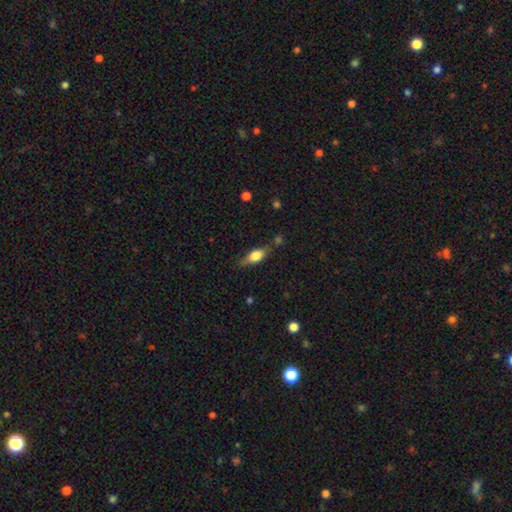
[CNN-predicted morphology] Smooth or featured? smooth (56%)
How rounded? in between (64%)
Merging? none (72%)